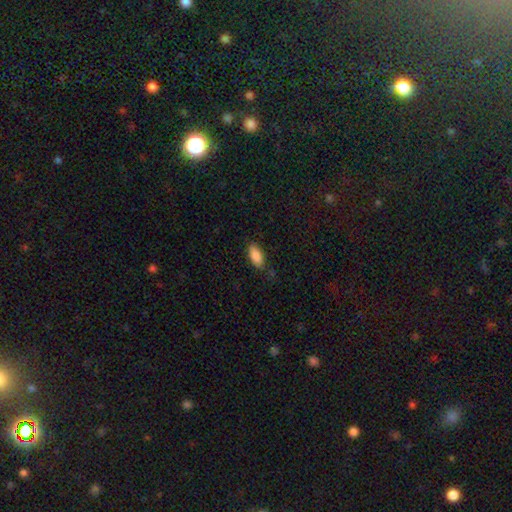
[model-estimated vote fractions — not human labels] Smooth or featured: smooth — 87% (featured or disk — 7%)
How rounded: in between — 88% (cigar-shaped — 10%)
Merging: none — 75% (minor disturbance — 19%)